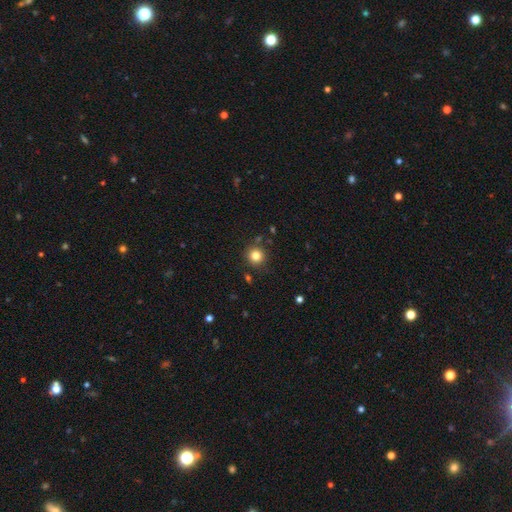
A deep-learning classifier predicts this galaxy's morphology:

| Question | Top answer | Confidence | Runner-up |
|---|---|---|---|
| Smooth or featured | smooth | 81% | star or artifact (13%) |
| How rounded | round | 94% | in between (5%) |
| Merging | none | 87% | minor disturbance (7%) |